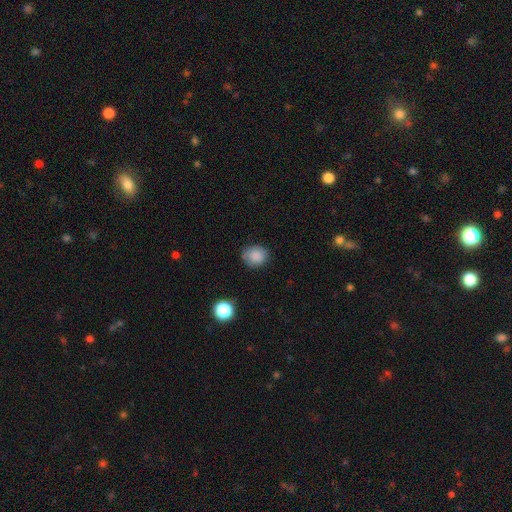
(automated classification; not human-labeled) smooth-or-featured: smooth: 85% | star or artifact: 9% | featured or disk: 5%
  how-rounded: round: 72% | in between: 27% | cigar-shaped: 1%
  merging: none: 78% | minor disturbance: 17% | major disturbance: 4% | merger: 2%